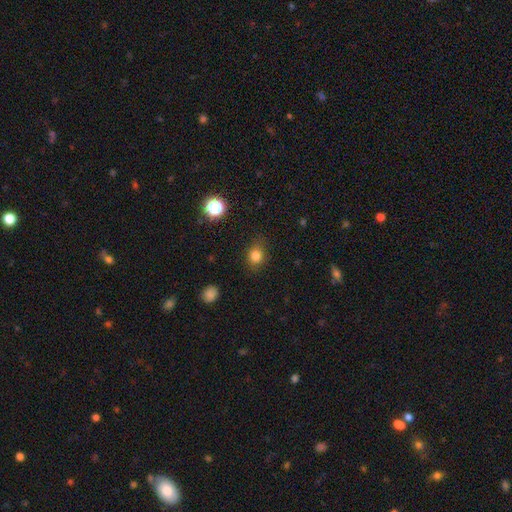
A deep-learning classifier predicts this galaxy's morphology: type=smooth (81%); roundness=round (66%); merging=none (79%).